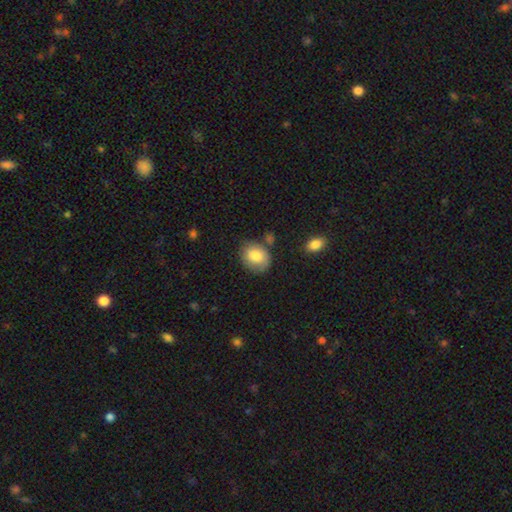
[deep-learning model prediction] Smooth or featured? smooth (81%)
How rounded? round (53%)
Merging? none (68%)